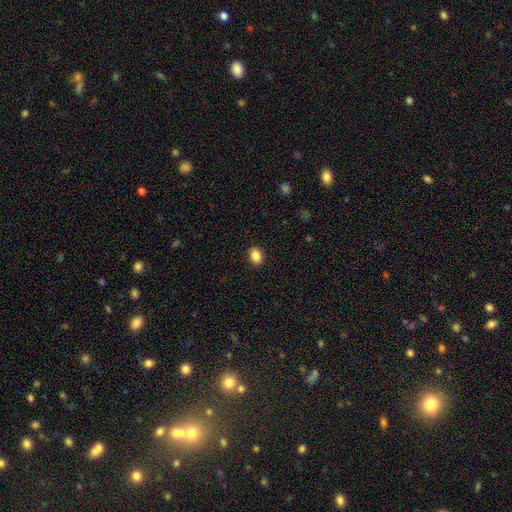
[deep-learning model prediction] Smooth or featured?
  - smooth: 88% *
  - star or artifact: 9%
  - featured or disk: 4%
How rounded?
  - in between: 70% *
  - round: 29%
  - cigar-shaped: 1%
Merging?
  - none: 91% *
  - minor disturbance: 7%
  - major disturbance: 2%
  - merger: 1%